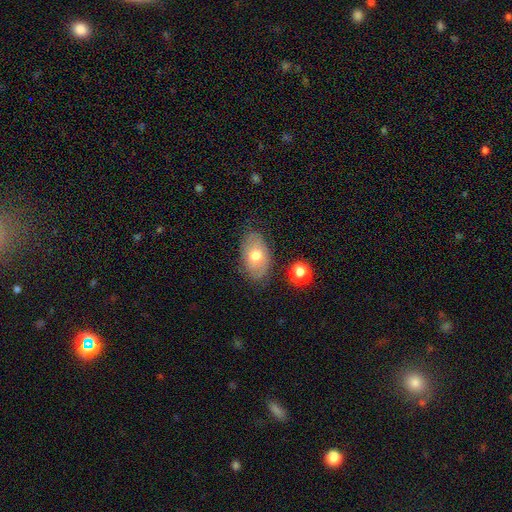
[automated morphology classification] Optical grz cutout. It shows a smooth galaxy with no disk features (58%) that is in between round and cigar-shaped (88%). Merging: none (75%).